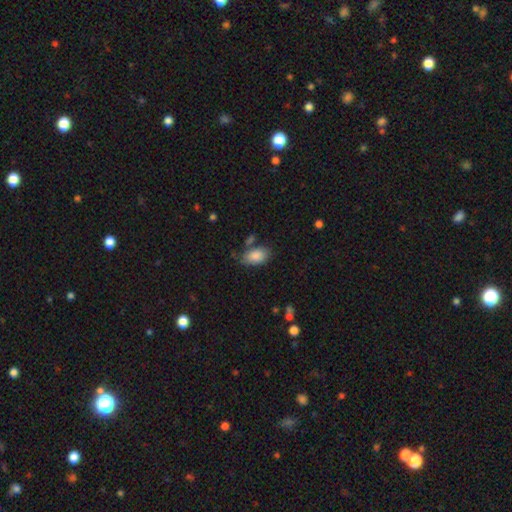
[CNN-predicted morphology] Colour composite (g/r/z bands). It shows a smooth galaxy with no disk features (86%) that is in between round and cigar-shaped (93%). Merging: none (62%).